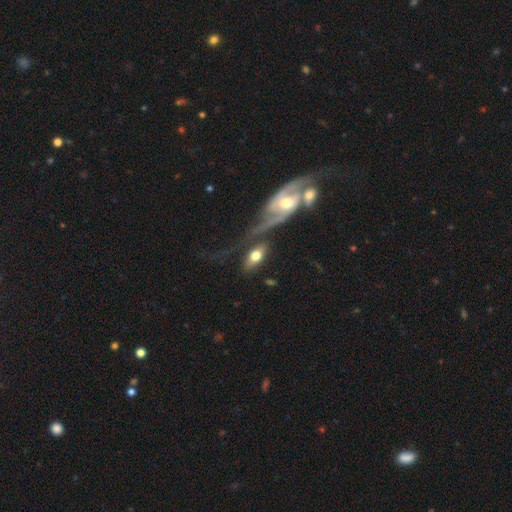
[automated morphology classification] Q: Smooth or featured?
A: smooth (61%); runner-up: featured or disk (33%)
Q: How rounded?
A: in between (88%); runner-up: round (6%)
Q: Merging?
A: none (36%); runner-up: merger (34%)